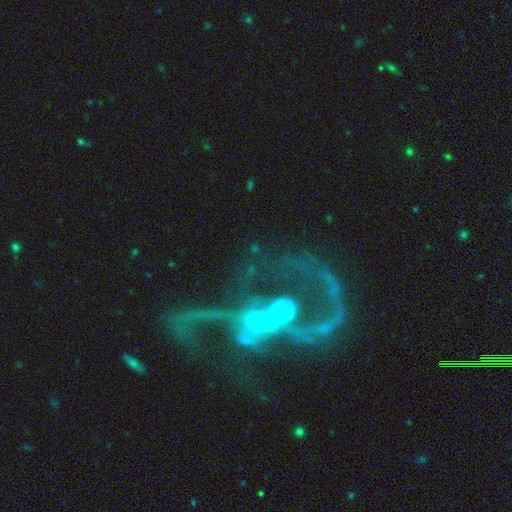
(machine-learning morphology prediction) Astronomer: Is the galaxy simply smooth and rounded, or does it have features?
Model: featured or disk — 78%.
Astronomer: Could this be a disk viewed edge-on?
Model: no — 96%.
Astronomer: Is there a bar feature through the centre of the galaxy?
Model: no — 68%.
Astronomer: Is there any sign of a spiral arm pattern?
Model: yes — 66%.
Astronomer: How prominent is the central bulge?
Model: small — 44% (runner-up: moderate, 41%).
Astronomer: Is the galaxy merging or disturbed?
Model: merger — 59%.